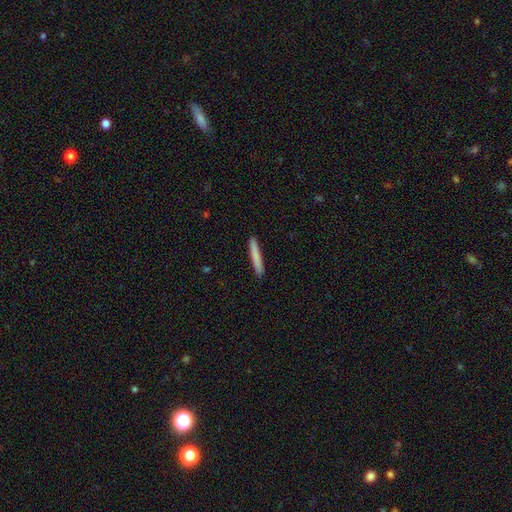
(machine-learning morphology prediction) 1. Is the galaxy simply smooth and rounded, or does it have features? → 79% smooth, 16% featured or disk, 6% star or artifact.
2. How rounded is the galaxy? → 96% cigar-shaped, 3% in between, 1% round.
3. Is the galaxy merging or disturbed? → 92% none, 6% minor disturbance, 1% major disturbance, 1% merger.